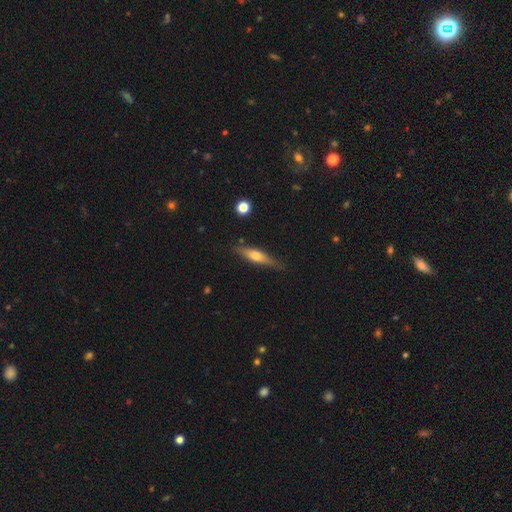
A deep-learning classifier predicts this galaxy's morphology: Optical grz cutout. It shows a featured or disk galaxy (55%) viewed edge-on (93%) with a rounded central bulge (86%). Merging: none (82%).